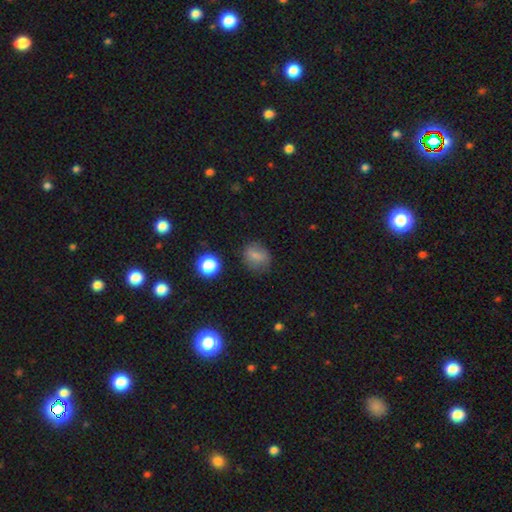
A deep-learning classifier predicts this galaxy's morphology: The model was most divided on "how rounded": round: 53%, in between: 45%, cigar-shaped: 2%. More confident: smooth or featured — smooth (76%); merging — none (73%).